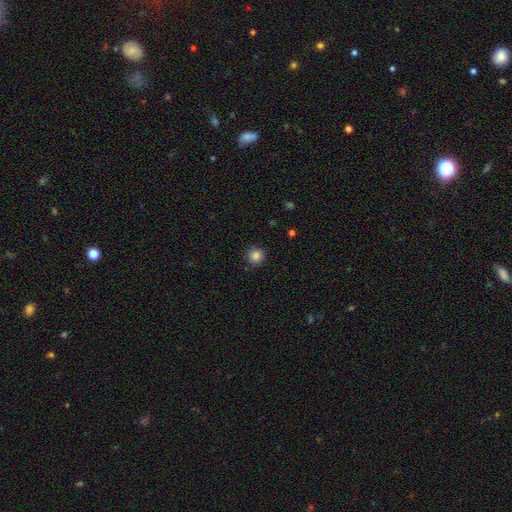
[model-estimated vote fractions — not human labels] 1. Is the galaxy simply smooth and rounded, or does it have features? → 85% smooth, 11% star or artifact, 4% featured or disk.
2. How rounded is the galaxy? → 94% round, 5% in between, 1% cigar-shaped.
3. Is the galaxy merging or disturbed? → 90% none, 7% minor disturbance, 2% major disturbance, 1% merger.